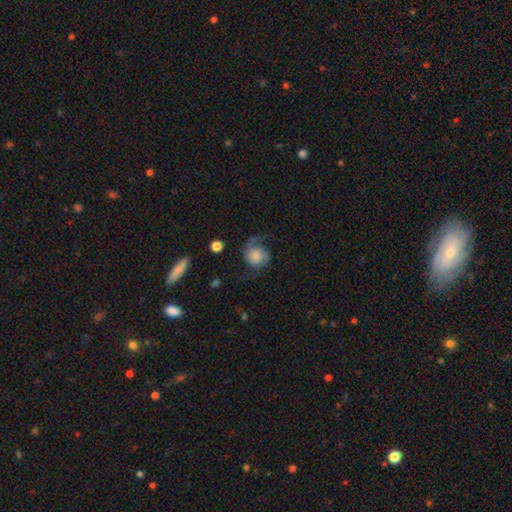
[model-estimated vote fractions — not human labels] smooth_or_featured: featured or disk (p=0.59) [alt: smooth p=0.32]
disk_edge_on: no (p=0.98) [alt: yes p=0.02]
bar: no (p=0.71) [alt: weak p=0.25]
has_spiral_arms: yes (p=0.93) [alt: no p=0.07]
spiral_winding: loose (p=0.52) [alt: medium p=0.37]
spiral_arm_count: 2 (p=0.86) [alt: 1 p=0.07]
bulge_size: none (p=0.31) [alt: large p=0.22]
merging: none (p=0.56) [alt: minor disturbance p=0.21]